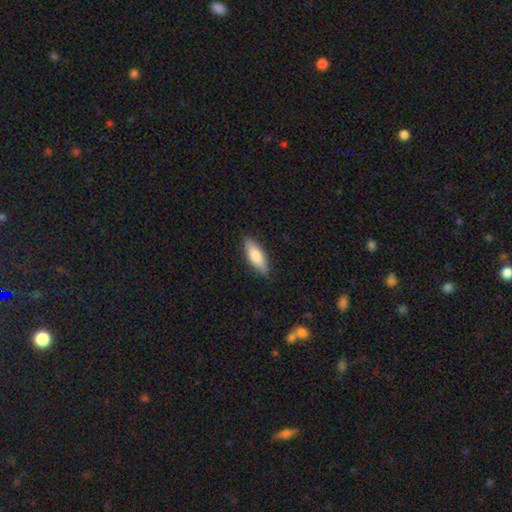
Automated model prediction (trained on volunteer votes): smooth 76%, featured or disk 19%, star or artifact 6%. Down the decision tree: how rounded — in between (61%); merging — none (86%).